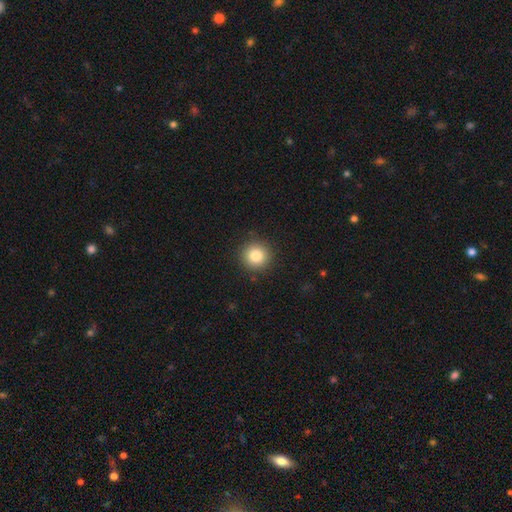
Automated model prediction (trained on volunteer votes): Smooth or featured? smooth (83%)
How rounded? round (94%)
Merging? none (90%)